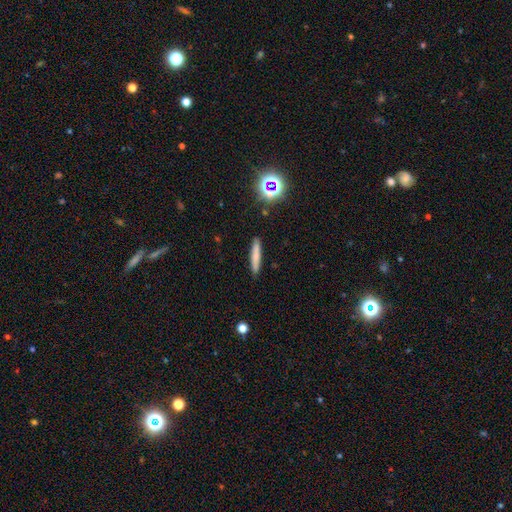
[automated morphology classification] smooth 72%, featured or disk 18%, star or artifact 10%. Down the decision tree: how rounded — cigar-shaped (91%); merging — none (89%).